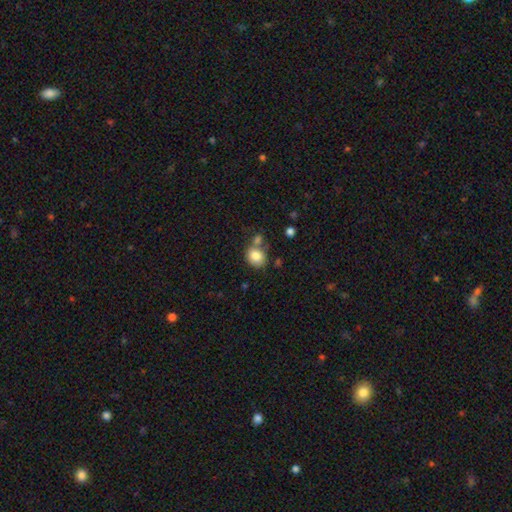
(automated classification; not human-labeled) smooth_or_featured: smooth (p=0.83) [alt: star or artifact p=0.09]
how_rounded: round (p=0.65) [alt: in between p=0.34]
merging: none (p=0.54) [alt: merger p=0.27]